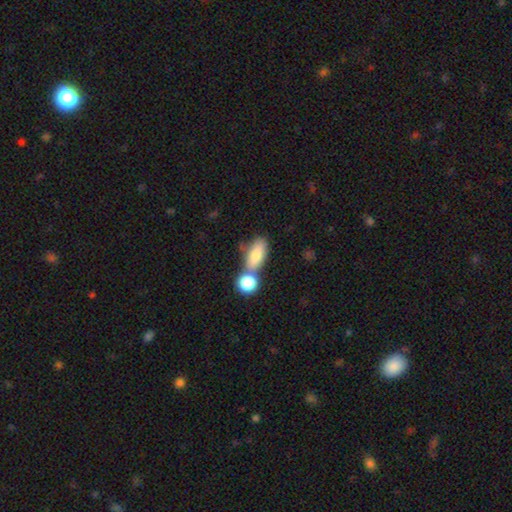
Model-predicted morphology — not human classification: Smooth or featured: smooth — 80% (featured or disk — 13%)
How rounded: in between — 79% (cigar-shaped — 13%)
Merging: merger — 45% (none — 39%)